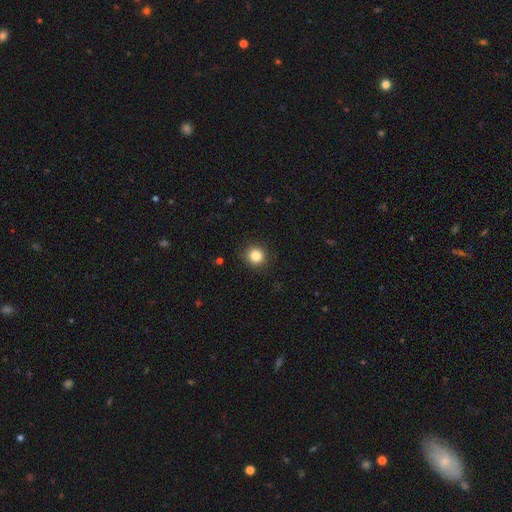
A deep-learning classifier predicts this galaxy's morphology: This appears to be a smooth galaxy with no disk features (85%) that is round (92%). Merging: none (90%).